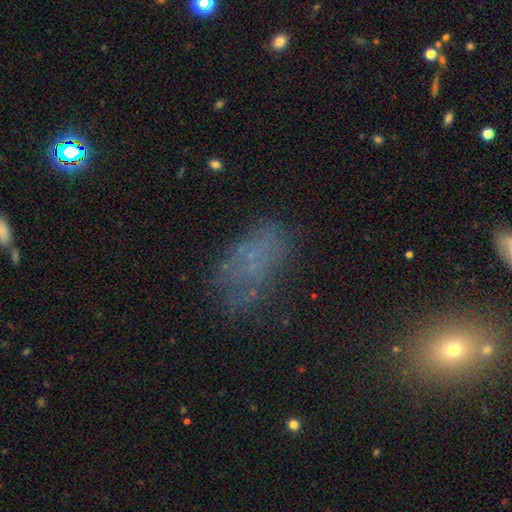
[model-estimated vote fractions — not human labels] smooth-or-featured: smooth: 48% | featured or disk: 29% | star or artifact: 23%
  merging: none: 54% | minor disturbance: 21% | major disturbance: 20% | merger: 5%